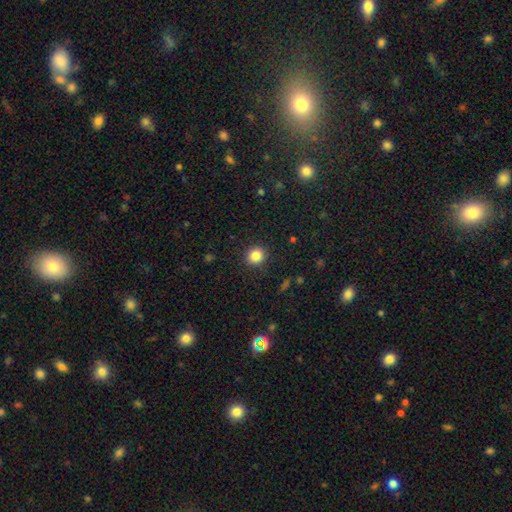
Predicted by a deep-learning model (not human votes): smooth 85%, star or artifact 11%, featured or disk 4%. Down the decision tree: how rounded — round (83%); merging — none (90%).